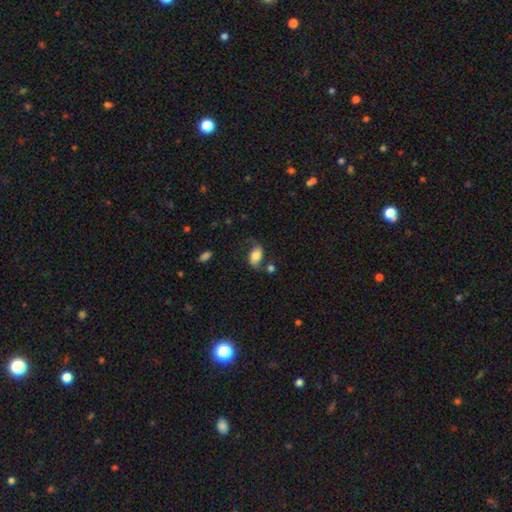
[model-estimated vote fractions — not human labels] A smooth galaxy with no disk features (60%) that is in between round and cigar-shaped (90%). Merging: none (55%).